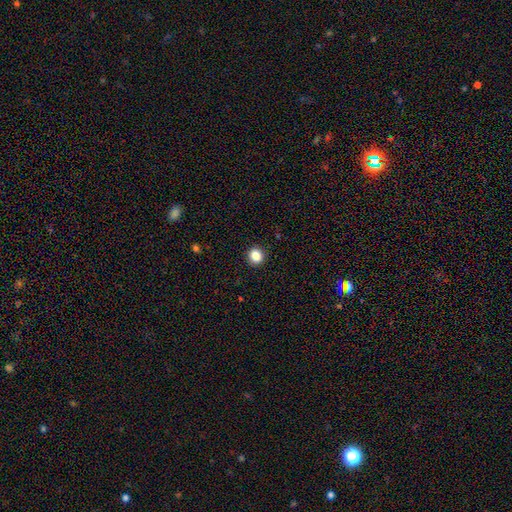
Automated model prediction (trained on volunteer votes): Q: Smooth or featured?
A: smooth (86%); runner-up: star or artifact (11%)
Q: How rounded?
A: round (83%); runner-up: in between (16%)
Q: Merging?
A: none (92%); runner-up: minor disturbance (5%)